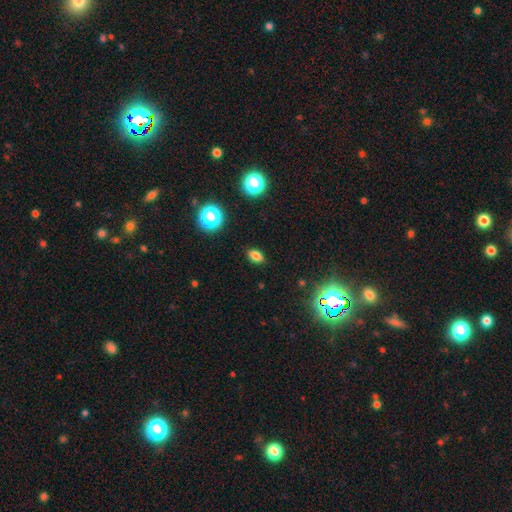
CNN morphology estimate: This appears to be a smooth galaxy with no disk features (78%) that is in between round and cigar-shaped (83%). Merging: none (87%).